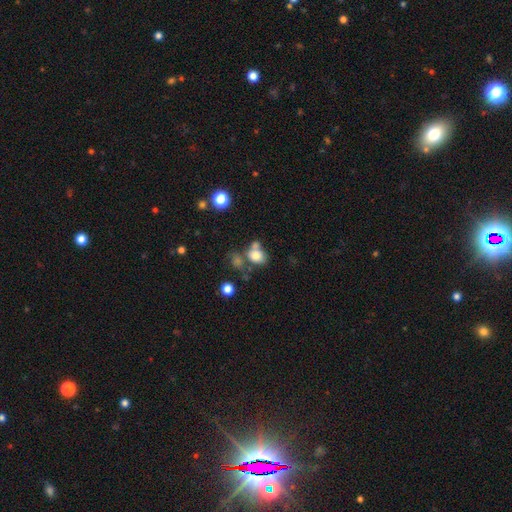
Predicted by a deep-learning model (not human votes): This appears to be a smooth galaxy with no disk features (77%) that is in between round and cigar-shaped (53%). Merging: none (41%).